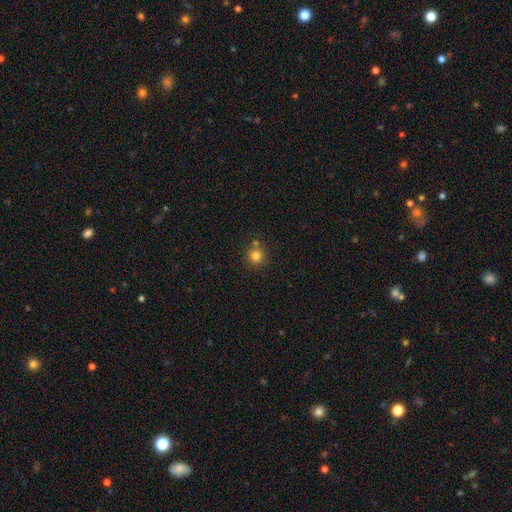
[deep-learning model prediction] Smooth or featured? Predicted: smooth (p=0.81). How rounded? Predicted: round (p=0.92). Merging? Predicted: none (p=0.75).